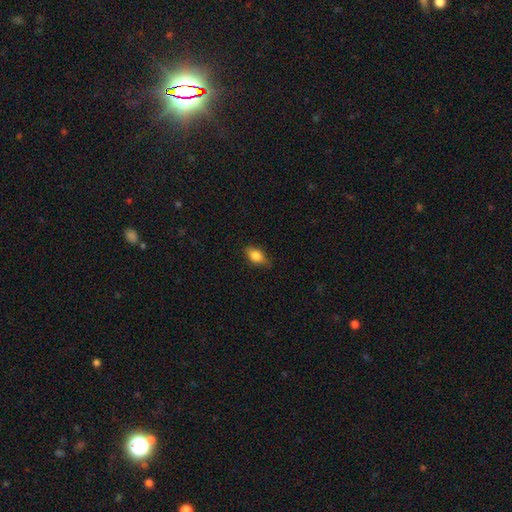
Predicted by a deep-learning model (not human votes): This appears to be a smooth galaxy with no disk features (83%) that is in between round and cigar-shaped (84%). Merging: none (78%).